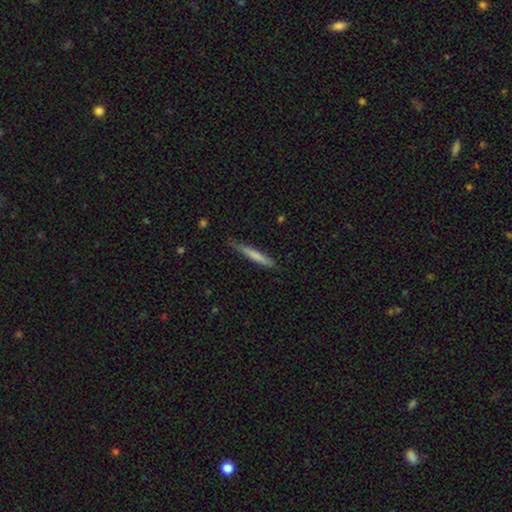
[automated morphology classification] Smooth or featured: smooth — 70% (featured or disk — 25%)
How rounded: cigar-shaped — 95% (in between — 4%)
Merging: none — 75% (minor disturbance — 20%)